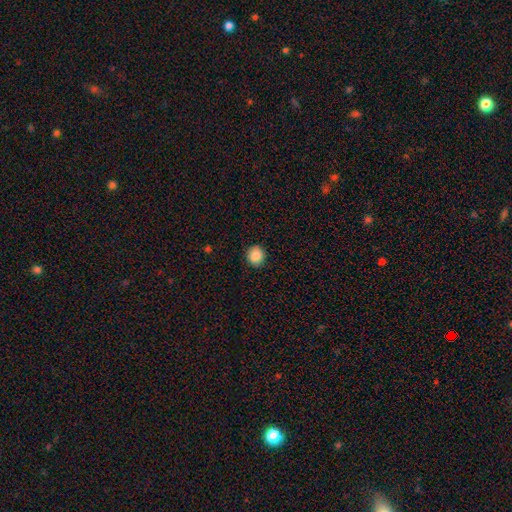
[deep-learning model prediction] Q: Smooth or featured?
A: smooth (87%); runner-up: star or artifact (9%)
Q: How rounded?
A: round (83%); runner-up: in between (16%)
Q: Merging?
A: none (91%); runner-up: minor disturbance (7%)